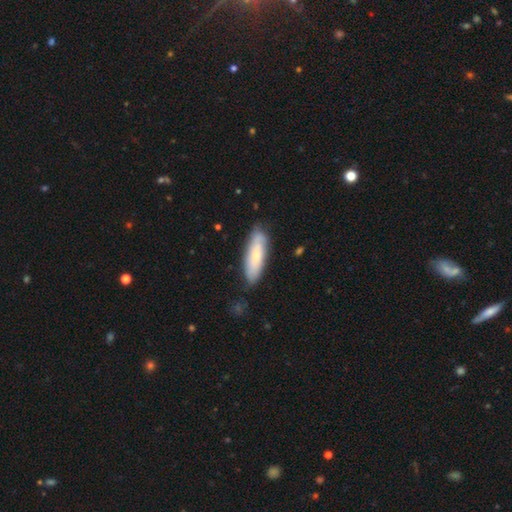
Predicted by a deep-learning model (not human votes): Morphology: type=smooth (64%); roundness=cigar-shaped (50%); merging=none (76%).